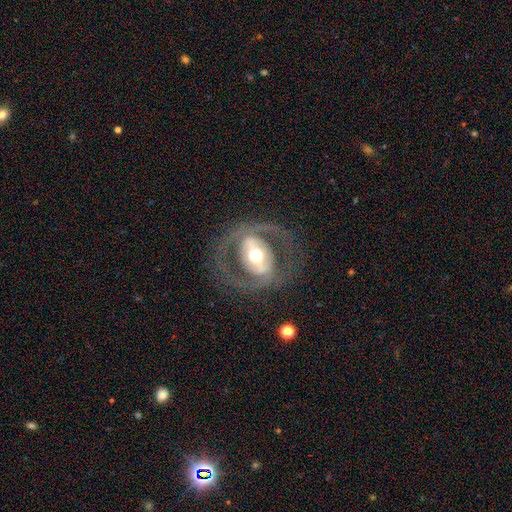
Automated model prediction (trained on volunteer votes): smooth-or-featured: featured or disk: 76% | smooth: 18% | star or artifact: 6%
  disk-edge-on: no: 93% | yes: 7%
    bar: strong: 49% | no: 27% | weak: 24%
    has-spiral-arms: no: 54% | yes: 46%
    bulge-size: moderate: 63% | large: 25% | small: 8% | dominant: 3% | none: 1%
  merging: none: 72% | major disturbance: 15% | minor disturbance: 12% | merger: 1%